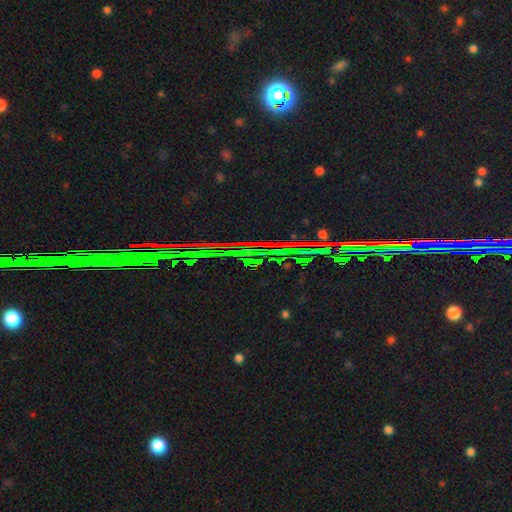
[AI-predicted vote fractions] smooth_or_featured: star or artifact (p=0.85) [alt: featured or disk p=0.08]